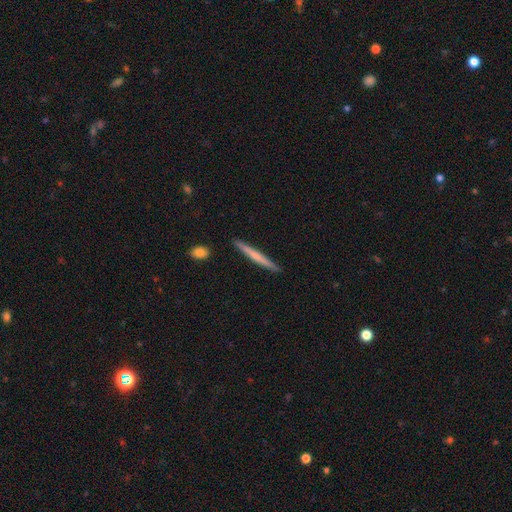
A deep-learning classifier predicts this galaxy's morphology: A smooth galaxy with no disk features (55%) that is cigar-shaped (97%).

Vote fractions:
- Smooth or featured? smooth: 55% / featured or disk: 40% / star or artifact: 5%
- How rounded? cigar-shaped: 97% / in between: 2% / round: 1%
- Merging? none: 91% / minor disturbance: 6% / merger: 1% / major disturbance: 1%